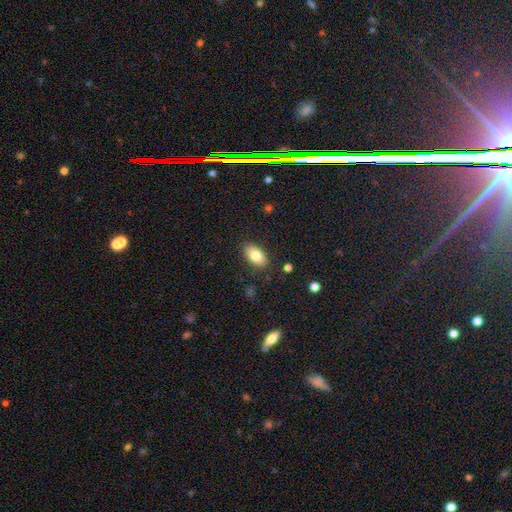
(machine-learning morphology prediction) Smooth or featured? smooth (80%)
How rounded? in between (92%)
Merging? none (87%)